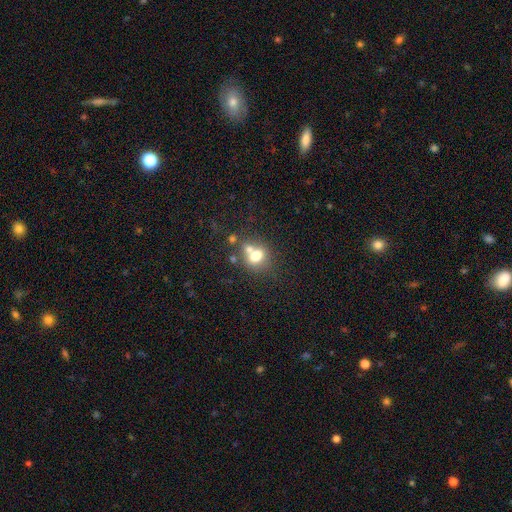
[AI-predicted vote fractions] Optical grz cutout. It shows a smooth galaxy with no disk features (69%) that is round (61%). Merging: none (44%).